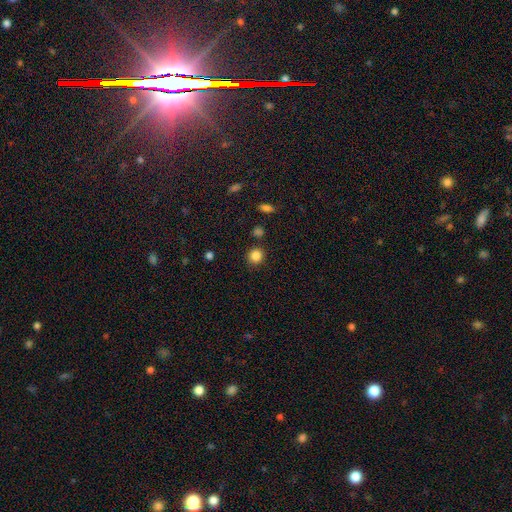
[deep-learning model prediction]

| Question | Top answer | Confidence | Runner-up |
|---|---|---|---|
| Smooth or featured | smooth | 85% | star or artifact (11%) |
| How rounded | round | 89% | in between (10%) |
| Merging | none | 87% | minor disturbance (7%) |